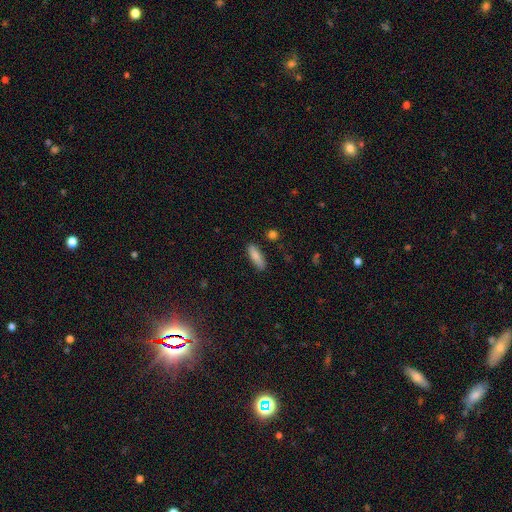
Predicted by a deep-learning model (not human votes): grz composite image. It shows a smooth galaxy with no disk features (84%) that is in between round and cigar-shaped (55%). Merging: none (85%).